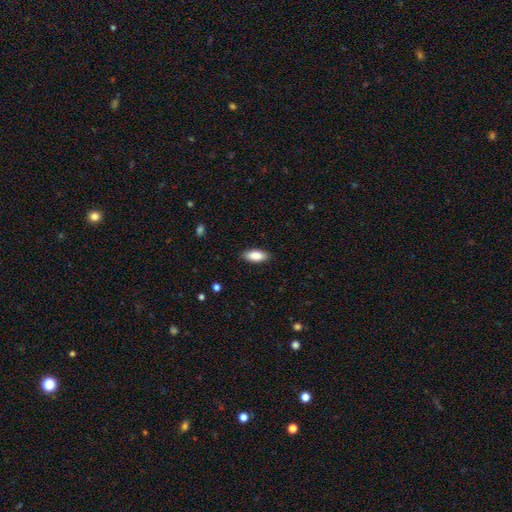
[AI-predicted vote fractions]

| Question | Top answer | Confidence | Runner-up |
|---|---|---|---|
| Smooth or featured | smooth | 88% | featured or disk (6%) |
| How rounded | in between | 85% | cigar-shaped (14%) |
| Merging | none | 88% | minor disturbance (9%) |